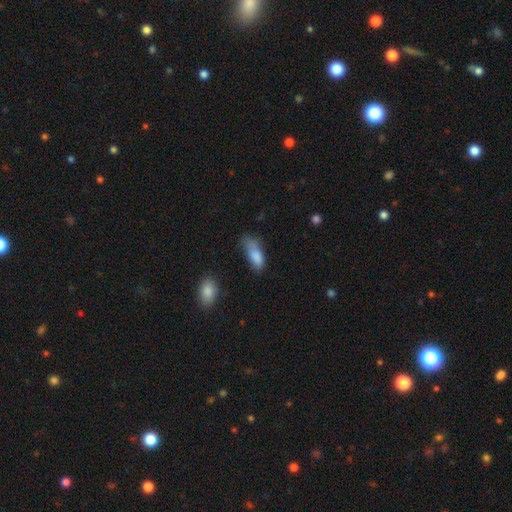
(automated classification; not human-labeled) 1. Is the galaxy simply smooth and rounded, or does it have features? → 83% smooth, 9% featured or disk, 8% star or artifact.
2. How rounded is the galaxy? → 75% in between, 22% cigar-shaped, 3% round.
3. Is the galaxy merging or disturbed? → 39% minor disturbance, 38% none, 19% major disturbance, 4% merger.